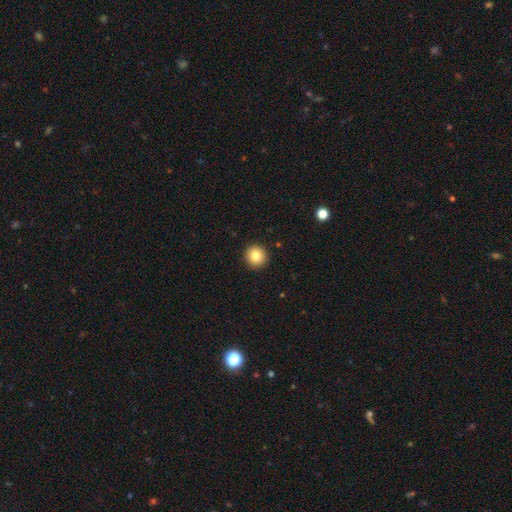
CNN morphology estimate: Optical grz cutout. It shows a smooth galaxy with no disk features (82%) that is round (96%). Merging: none (93%).